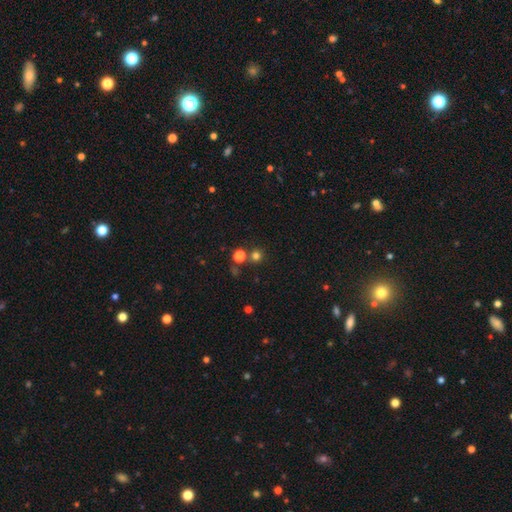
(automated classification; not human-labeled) Smooth or featured? Predicted: smooth (p=0.74). How rounded? Predicted: round (p=0.92). Merging? Predicted: none (p=0.74).